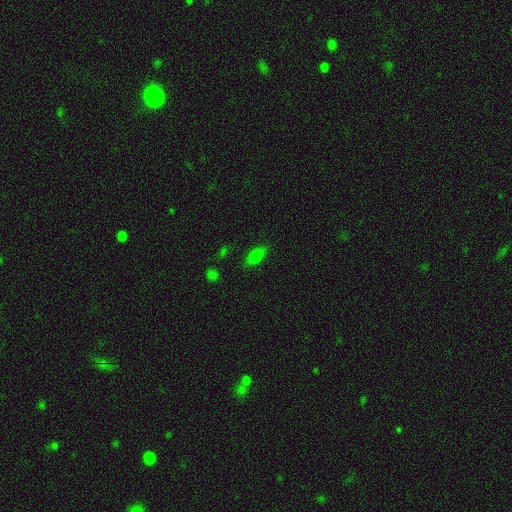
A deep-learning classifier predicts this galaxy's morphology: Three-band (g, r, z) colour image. It shows a smooth galaxy with no disk features (75%) that is in between round and cigar-shaped (84%). Merging: none (81%).